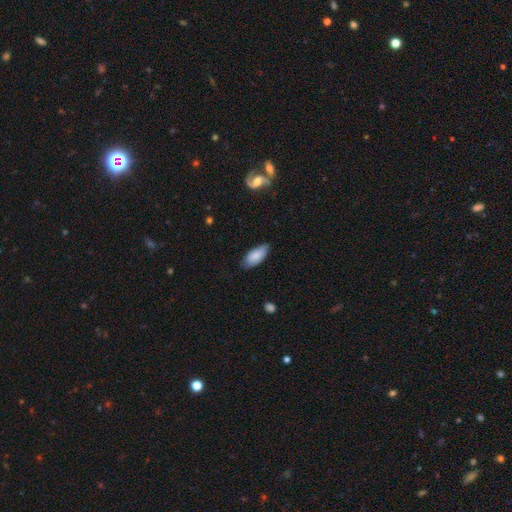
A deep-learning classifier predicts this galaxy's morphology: This is likely a smooth galaxy (79%). How rounded: clearly in between (89%). Merging: likely none (70%).